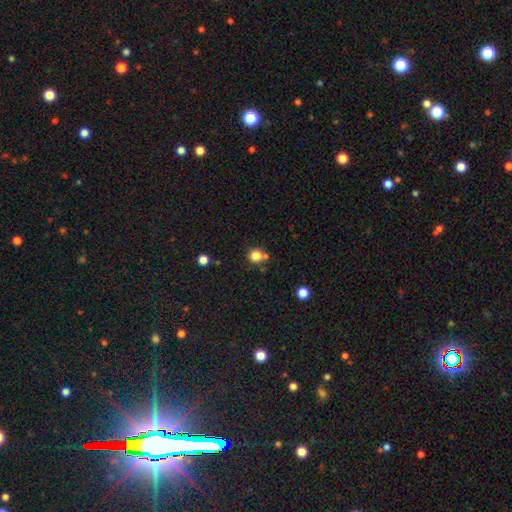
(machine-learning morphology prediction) A smooth galaxy with no disk features (82%) that is round (90%). Merging: none (65%).